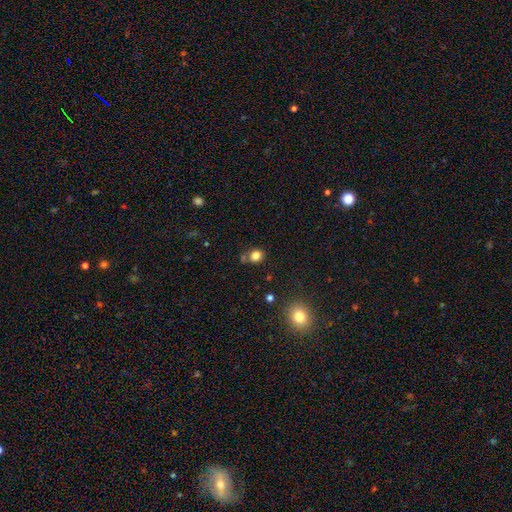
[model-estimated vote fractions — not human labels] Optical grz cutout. It shows a smooth galaxy with no disk features (81%) that is round (72%). Merging: none (70%).